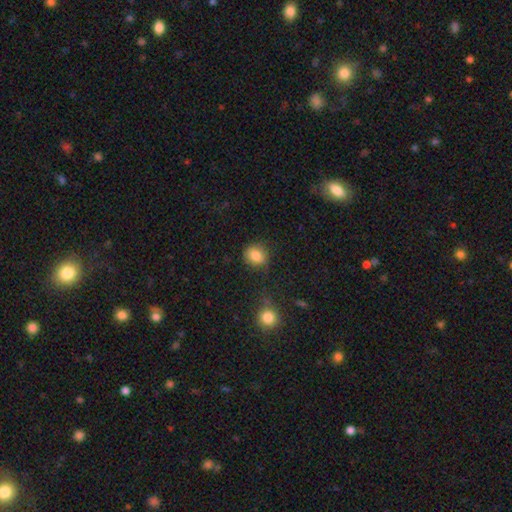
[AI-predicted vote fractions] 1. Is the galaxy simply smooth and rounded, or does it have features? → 84% smooth, 10% star or artifact, 6% featured or disk.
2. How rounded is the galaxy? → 70% round, 29% in between, 1% cigar-shaped.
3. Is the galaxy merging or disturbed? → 79% none, 14% minor disturbance, 4% major disturbance, 3% merger.